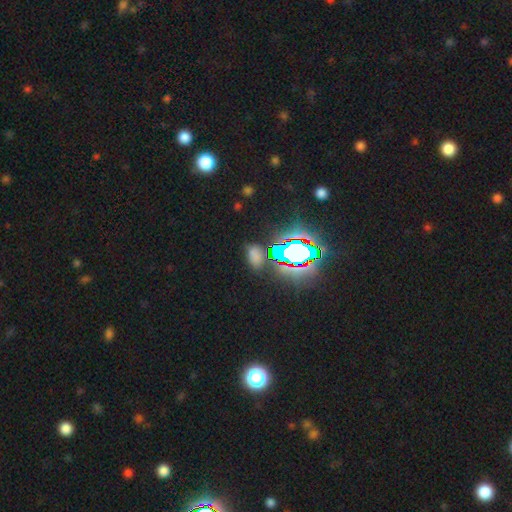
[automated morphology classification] This appears to be a smooth galaxy with no disk features (48%). Merging: none (78%).